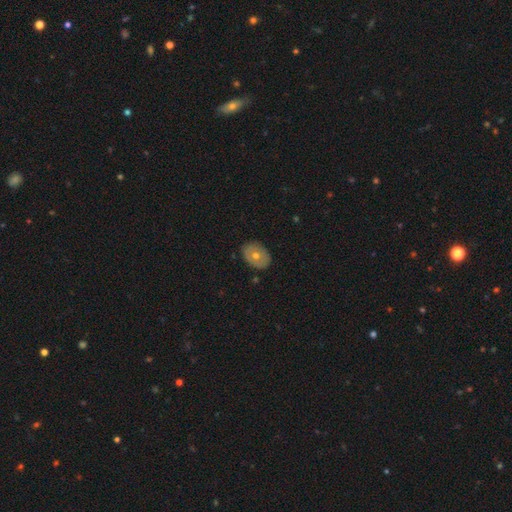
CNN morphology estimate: The model was most divided on "smooth or featured": smooth: 51%, featured or disk: 41%, star or artifact: 8%. More confident: merging — none (86%); how rounded — in between (72%).